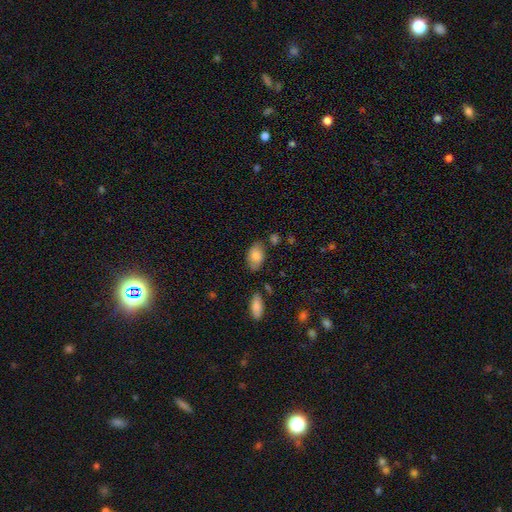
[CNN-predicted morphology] This is likely a smooth galaxy (79%). How rounded: clearly in between (92%). Merging: likely none (72%).